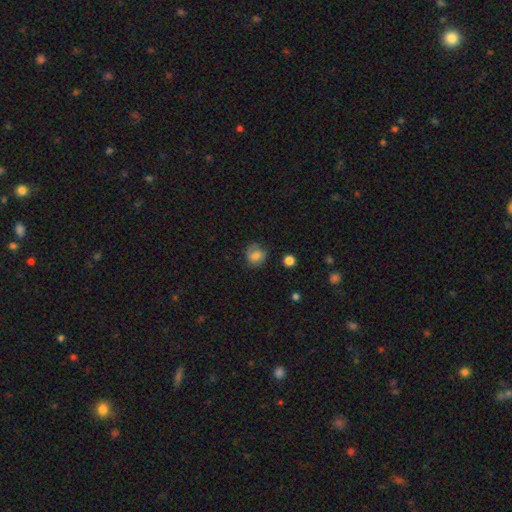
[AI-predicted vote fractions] Q: Smooth or featured?
A: smooth (69%); runner-up: featured or disk (22%)
Q: How rounded?
A: round (76%); runner-up: in between (23%)
Q: Merging?
A: none (67%); runner-up: minor disturbance (23%)